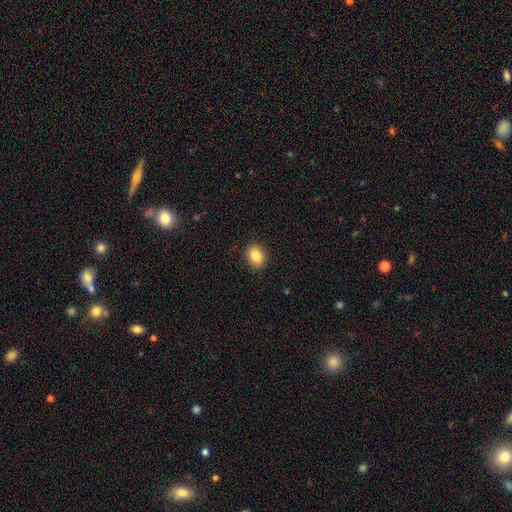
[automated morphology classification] Smooth or featured? smooth (84%)
How rounded? in between (57%)
Merging? none (89%)